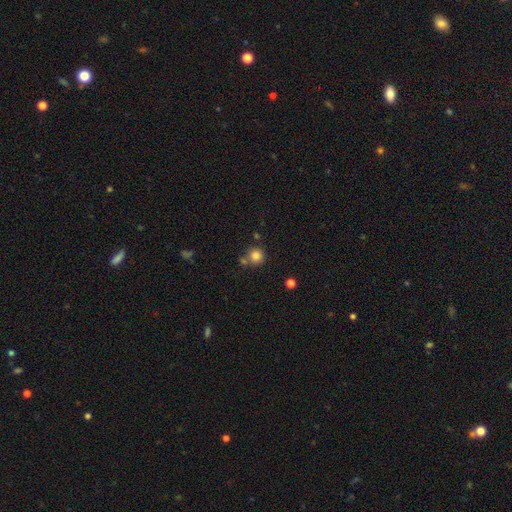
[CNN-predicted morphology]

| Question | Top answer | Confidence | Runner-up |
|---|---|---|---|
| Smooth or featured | smooth | 81% | star or artifact (12%) |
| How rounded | round | 93% | in between (6%) |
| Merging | none | 69% | merger (17%) |